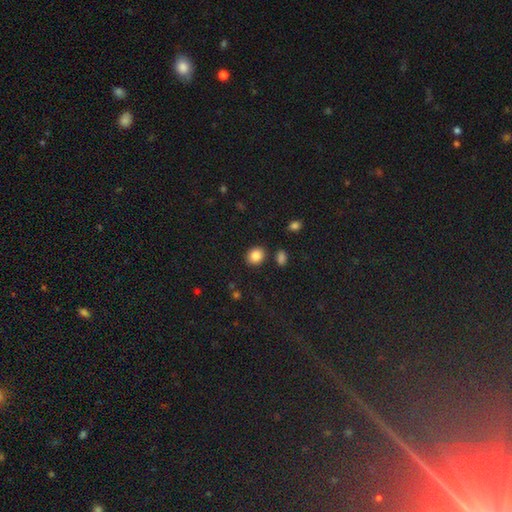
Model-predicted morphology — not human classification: Smooth or featured? smooth (86%)
How rounded? round (58%)
Merging? none (85%)